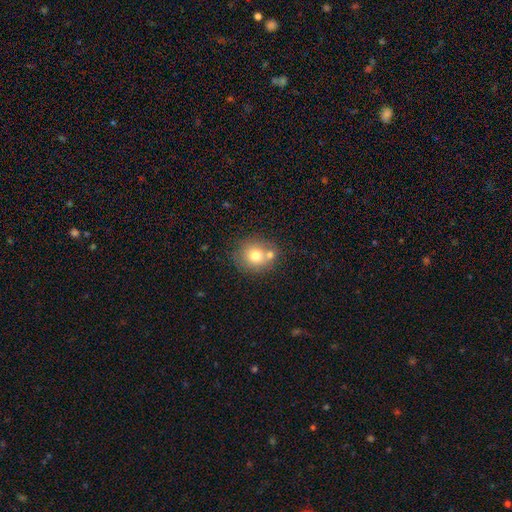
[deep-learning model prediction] Q: Smooth or featured?
A: smooth (73%); runner-up: featured or disk (17%)
Q: How rounded?
A: round (79%); runner-up: in between (20%)
Q: Merging?
A: none (56%); runner-up: merger (28%)